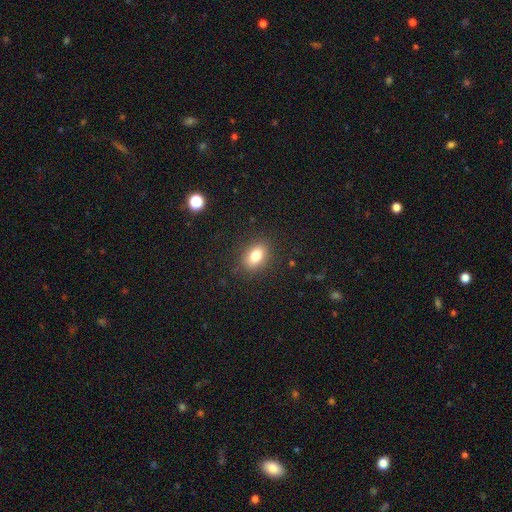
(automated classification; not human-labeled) This is clearly a smooth galaxy (80%). How rounded: clearly in between (82%). Merging: clearly none (86%).